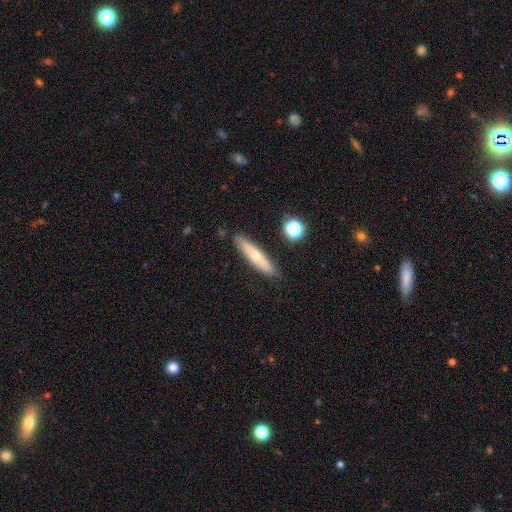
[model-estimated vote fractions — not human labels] Q: Smooth or featured?
A: smooth (55%); runner-up: featured or disk (38%)
Q: How rounded?
A: cigar-shaped (82%); runner-up: in between (16%)
Q: Merging?
A: none (86%); runner-up: minor disturbance (10%)